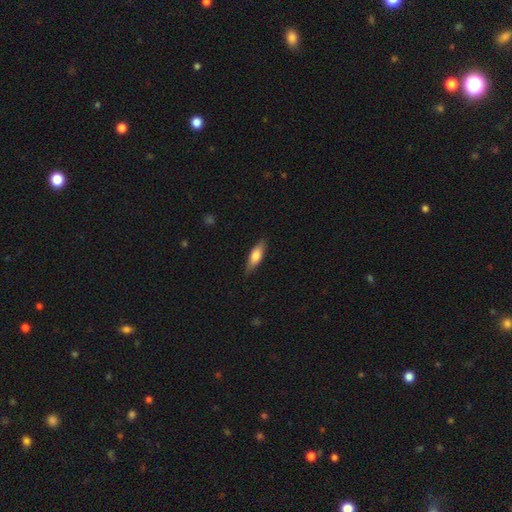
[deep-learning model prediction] smooth_or_featured: smooth (p=0.70) [alt: featured or disk p=0.24]
how_rounded: in between (p=0.55) [alt: cigar-shaped p=0.43]
merging: none (p=0.82) [alt: minor disturbance p=0.15]